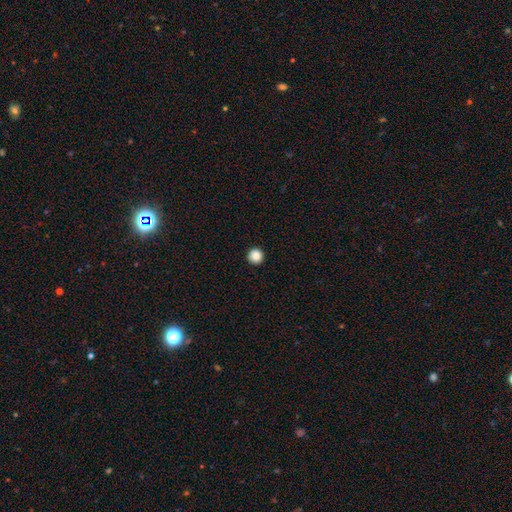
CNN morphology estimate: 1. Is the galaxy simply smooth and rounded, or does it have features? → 88% smooth, 10% star or artifact, 3% featured or disk.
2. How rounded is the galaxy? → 96% round, 3% in between, 1% cigar-shaped.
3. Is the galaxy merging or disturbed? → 94% none, 4% minor disturbance, 1% major disturbance, 1% merger.